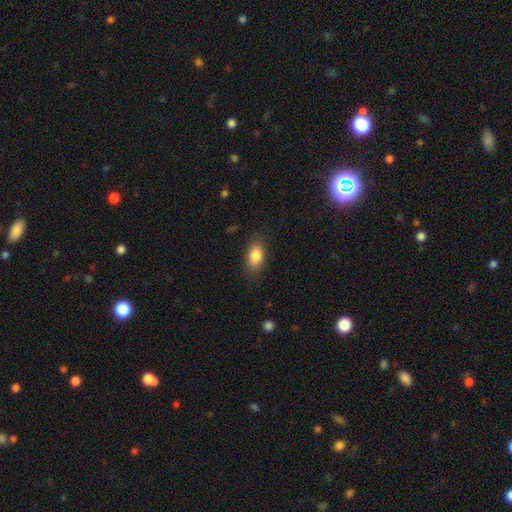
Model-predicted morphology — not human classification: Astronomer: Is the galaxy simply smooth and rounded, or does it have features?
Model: smooth — 84%.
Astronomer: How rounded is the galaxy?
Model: in between — 88%.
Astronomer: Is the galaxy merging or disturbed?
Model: none — 82%.